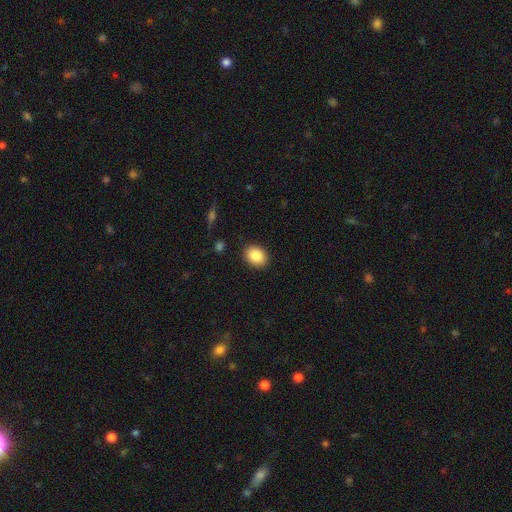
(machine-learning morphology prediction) smooth_or_featured: smooth (p=0.87) [alt: star or artifact p=0.08]
how_rounded: in between (p=0.55) [alt: round p=0.44]
merging: none (p=0.89) [alt: minor disturbance p=0.08]